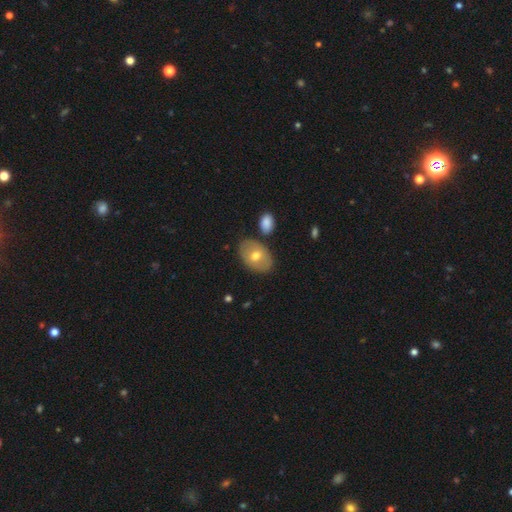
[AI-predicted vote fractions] This is possibly a smooth galaxy (60%). How rounded: clearly in between (83%). Merging: likely none (77%).